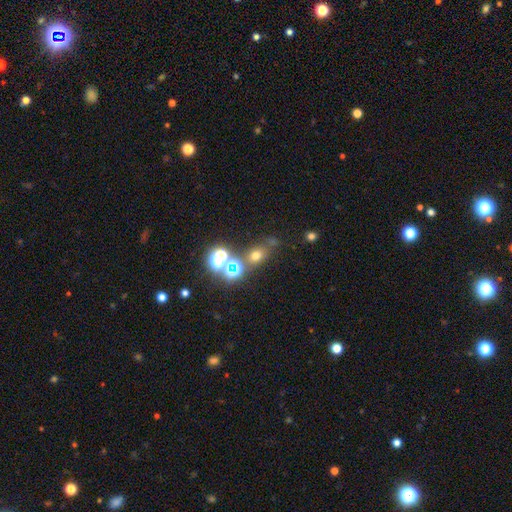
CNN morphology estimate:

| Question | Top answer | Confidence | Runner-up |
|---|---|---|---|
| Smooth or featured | smooth | 58% | star or artifact (31%) |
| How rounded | round | 57% | in between (41%) |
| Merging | none | 65% | merger (16%) |